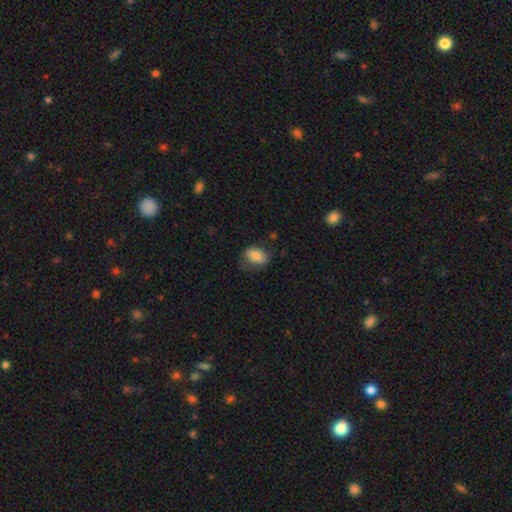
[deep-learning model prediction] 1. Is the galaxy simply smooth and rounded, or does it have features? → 79% smooth, 13% featured or disk, 8% star or artifact.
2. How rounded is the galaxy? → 85% in between, 13% round, 2% cigar-shaped.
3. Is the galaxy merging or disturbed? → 60% none, 27% minor disturbance, 10% major disturbance, 2% merger.